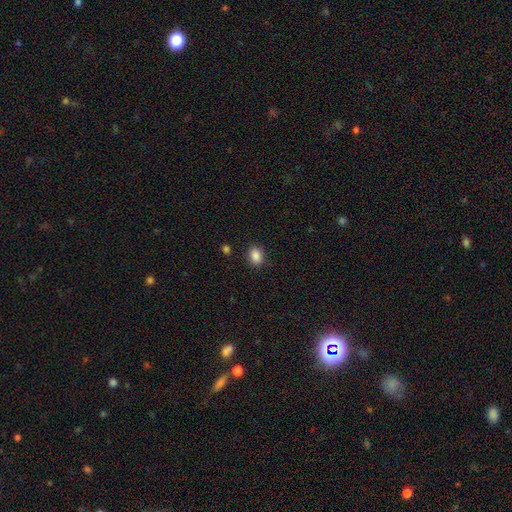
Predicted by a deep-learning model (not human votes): This appears to be a smooth galaxy with no disk features (87%) that is in between round and cigar-shaped (67%). Merging: none (86%).